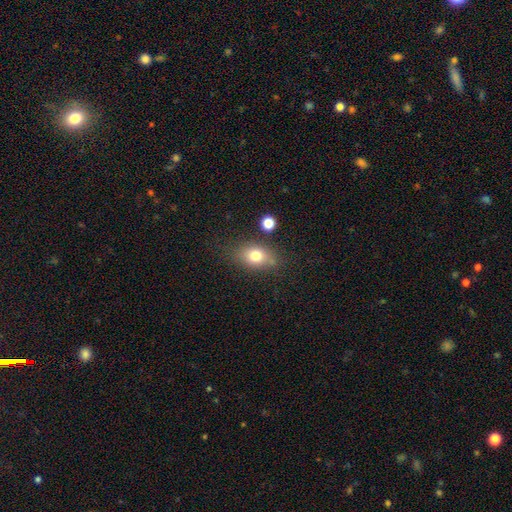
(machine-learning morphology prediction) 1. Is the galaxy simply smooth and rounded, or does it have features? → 75% smooth, 14% featured or disk, 11% star or artifact.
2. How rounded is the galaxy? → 70% in between, 27% round, 2% cigar-shaped.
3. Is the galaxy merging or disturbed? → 71% none, 18% minor disturbance, 6% major disturbance, 6% merger.